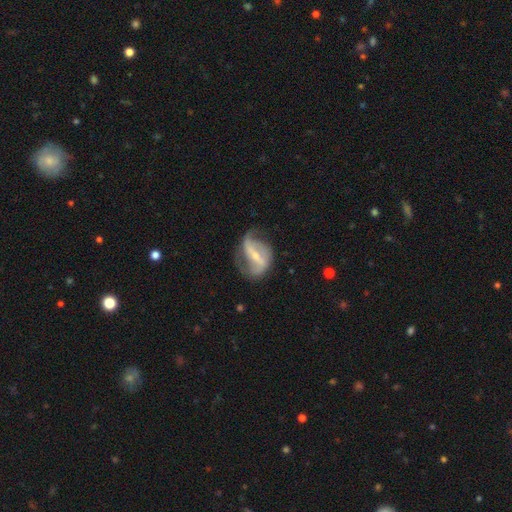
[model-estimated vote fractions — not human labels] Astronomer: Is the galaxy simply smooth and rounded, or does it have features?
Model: featured or disk — 82%.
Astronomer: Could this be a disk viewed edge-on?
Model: no — 95%.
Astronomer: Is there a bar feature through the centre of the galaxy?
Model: strong — 64%.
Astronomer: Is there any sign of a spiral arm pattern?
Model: yes — 86%.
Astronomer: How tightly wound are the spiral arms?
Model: loose — 48% (runner-up: medium, 37%).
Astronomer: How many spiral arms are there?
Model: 2 — 79%.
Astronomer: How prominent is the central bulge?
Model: small — 62%.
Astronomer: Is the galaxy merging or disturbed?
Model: none — 52%.